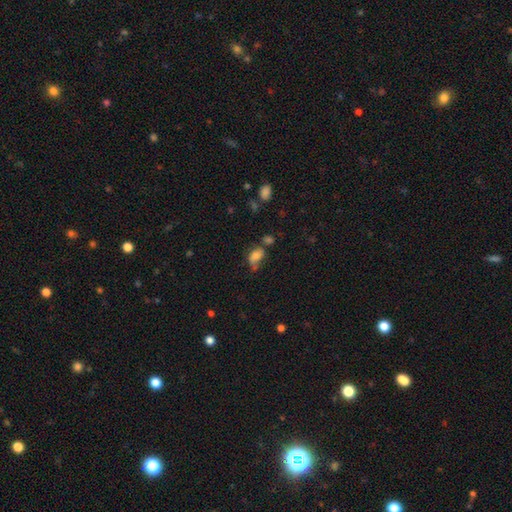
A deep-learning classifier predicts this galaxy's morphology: A smooth galaxy with no disk features (69%) that is in between round and cigar-shaped (83%).

Vote fractions:
- Smooth or featured? smooth: 69% / featured or disk: 18% / star or artifact: 13%
- How rounded? in between: 83% / round: 15% / cigar-shaped: 3%
- Merging? none: 35% / minor disturbance: 27% / merger: 21% / major disturbance: 17%